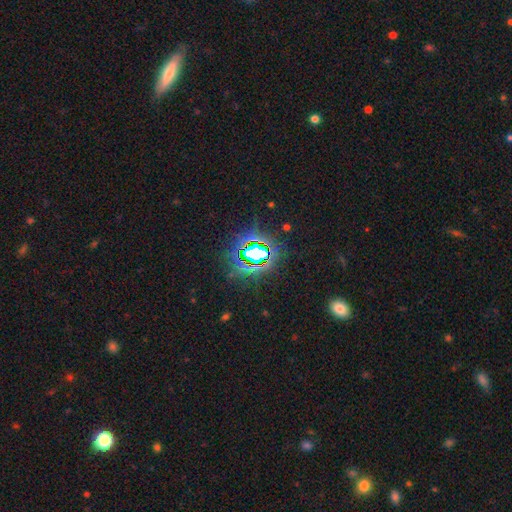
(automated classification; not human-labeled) smooth-or-featured: star or artifact: 74% | smooth: 16% | featured or disk: 10%